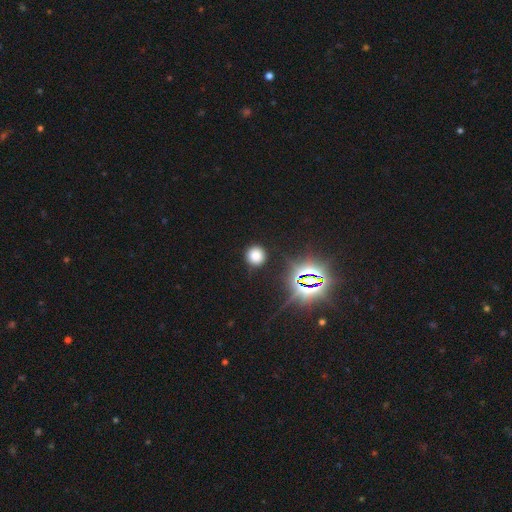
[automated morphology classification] This appears to be a smooth galaxy with no disk features (74%) that is round (91%). Merging: none (88%).